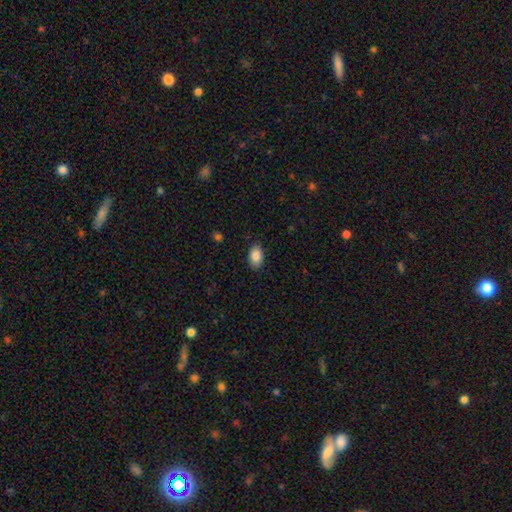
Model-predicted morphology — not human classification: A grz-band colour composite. It shows a smooth galaxy with no disk features (88%) that is in between round and cigar-shaped (91%). Merging: none (86%).